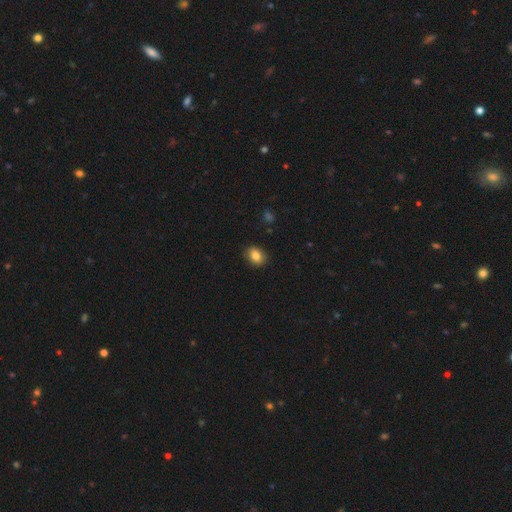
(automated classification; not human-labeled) Overall: smooth (84%). How rounded: in between (65%; round 34%). Merging: none (88%).